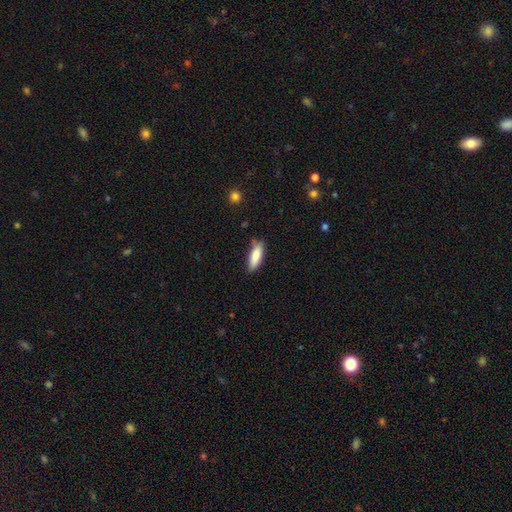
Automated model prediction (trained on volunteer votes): Smooth or featured: smooth — 83% (featured or disk — 11%)
How rounded: in between — 57% (cigar-shaped — 41%)
Merging: none — 73% (minor disturbance — 20%)